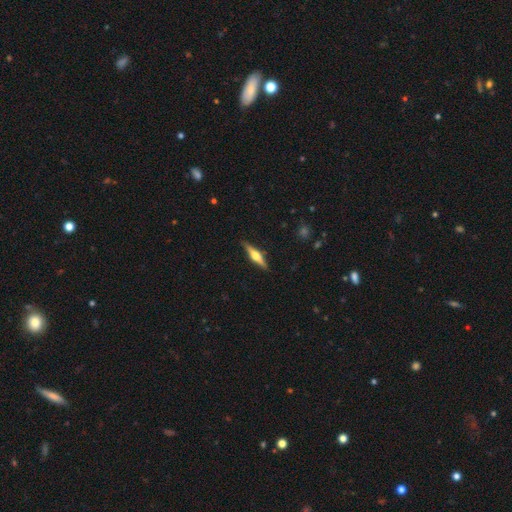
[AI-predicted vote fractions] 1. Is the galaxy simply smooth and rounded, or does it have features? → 68% featured or disk, 27% smooth, 6% star or artifact.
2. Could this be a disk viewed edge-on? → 97% yes, 3% no.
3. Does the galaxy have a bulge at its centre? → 92% rounded, 6% boxy, 2% none.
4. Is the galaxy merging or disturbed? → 89% none, 8% minor disturbance, 2% major disturbance, 1% merger.